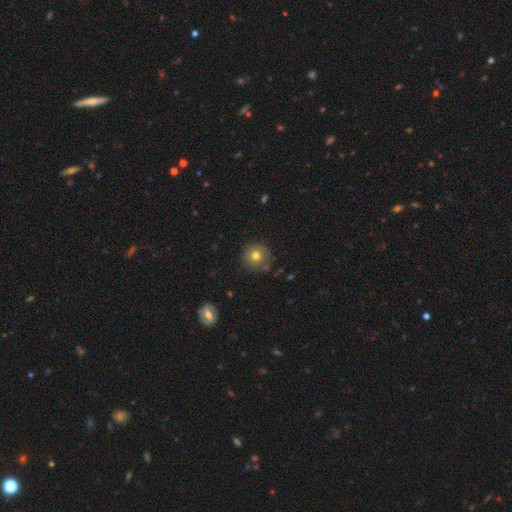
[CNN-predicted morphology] type=smooth (73%); roundness=round (94%); merging=none (82%).